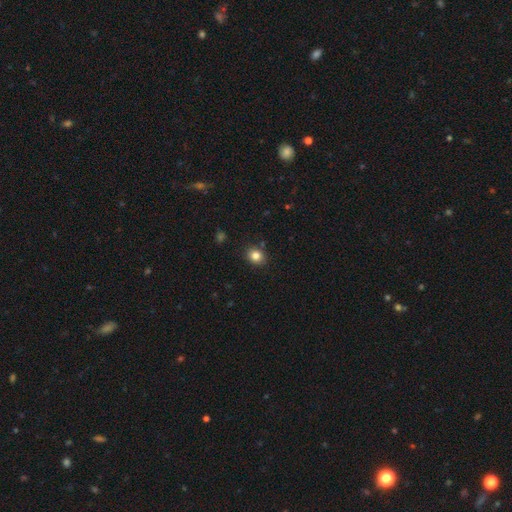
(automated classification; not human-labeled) This is clearly a smooth galaxy (83%). How rounded: likely round (69%). Merging: clearly none (87%).